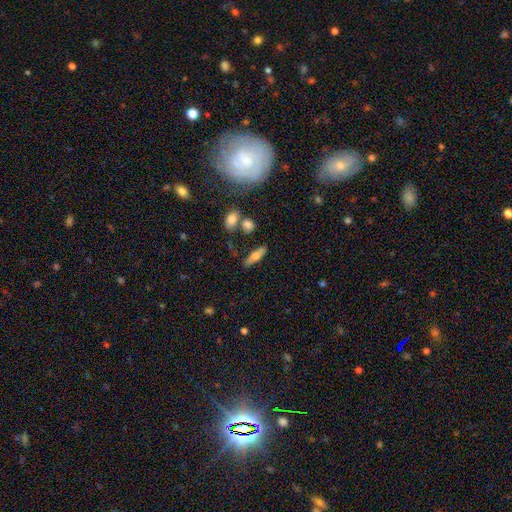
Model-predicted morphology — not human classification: This is possibly a smooth galaxy (56%). How rounded: possibly cigar-shaped (52%). Merging: likely none (76%).